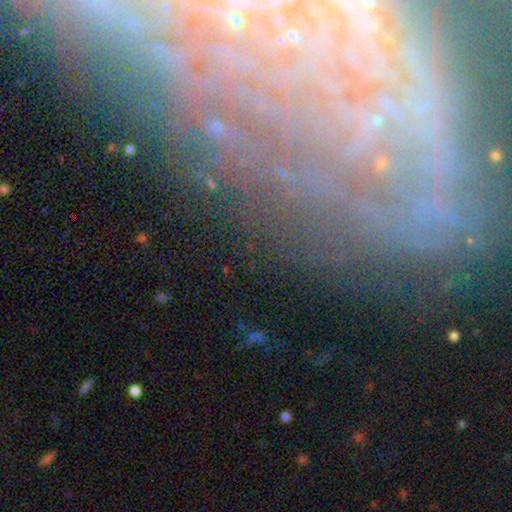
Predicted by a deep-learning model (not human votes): Smooth or featured: featured or disk — 57% (star or artifact — 26%)
Edge-on disk: no — 89% (yes — 11%)
Bar: no — 46% (weak — 29%)
Spiral arms: yes — 83% (no — 17%)
Bulge size: small — 54% (moderate — 29%)
Merging: none — 78% (minor disturbance — 12%)